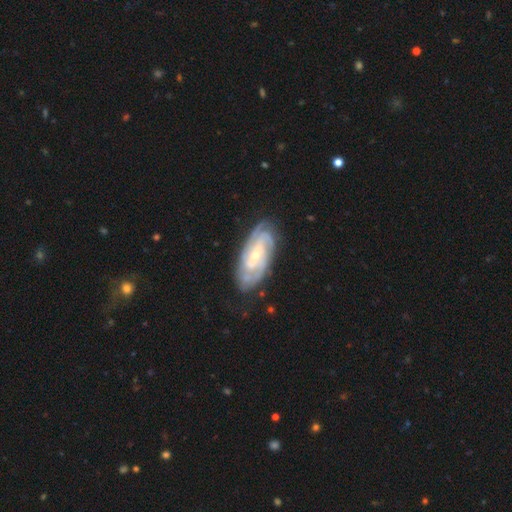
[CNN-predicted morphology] smooth-or-featured: featured or disk: 88% | smooth: 8% | star or artifact: 5%
  disk-edge-on: no: 94% | yes: 6%
    bar: no: 54% | weak: 32% | strong: 13%
    has-spiral-arms: yes: 97% | no: 3%
      spiral-winding: tight: 72% | medium: 24% | loose: 4%
      spiral-arm-count: 3: 28% | 4: 23% | can't tell: 21% | 2: 18% | more than 4: 6% | 1: 5%
    bulge-size: small: 65% | moderate: 32% | large: 1% | none: 1% | dominant: 1%
  merging: none: 79% | minor disturbance: 16% | major disturbance: 4% | merger: 2%